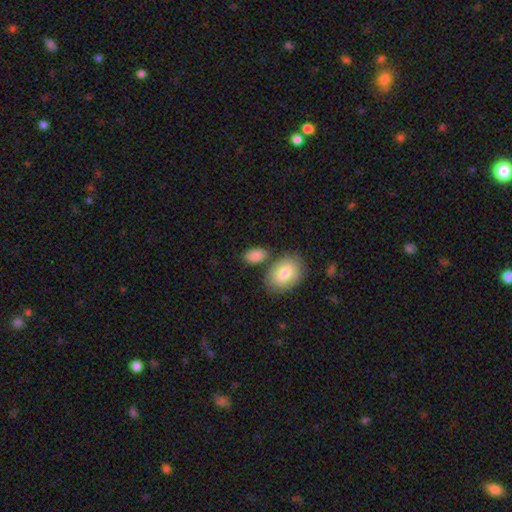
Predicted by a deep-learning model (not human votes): smooth_or_featured: smooth (p=0.86) [alt: star or artifact p=0.07]
how_rounded: in between (p=0.88) [alt: round p=0.11]
merging: none (p=0.65) [alt: minor disturbance p=0.16]